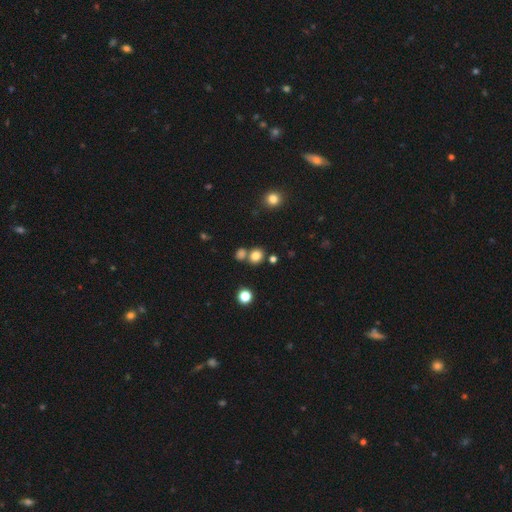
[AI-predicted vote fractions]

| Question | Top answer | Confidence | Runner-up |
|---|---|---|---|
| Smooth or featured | smooth | 80% | star or artifact (14%) |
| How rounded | round | 73% | in between (26%) |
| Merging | none | 65% | merger (23%) |